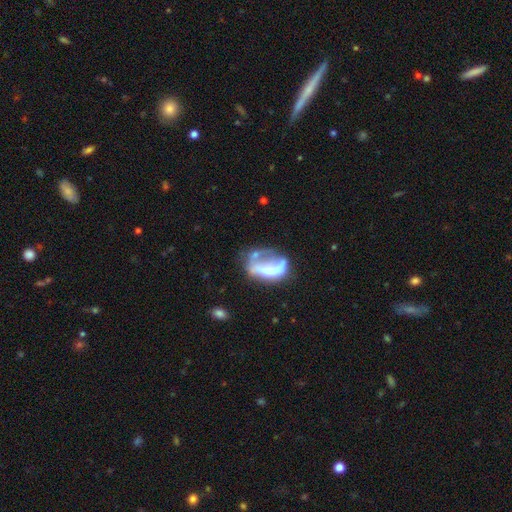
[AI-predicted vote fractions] Q: Smooth or featured?
A: featured or disk (53%); runner-up: smooth (37%)
Q: Edge-on disk?
A: no (93%); runner-up: yes (7%)
Q: Merging?
A: major disturbance (37%); runner-up: none (27%)